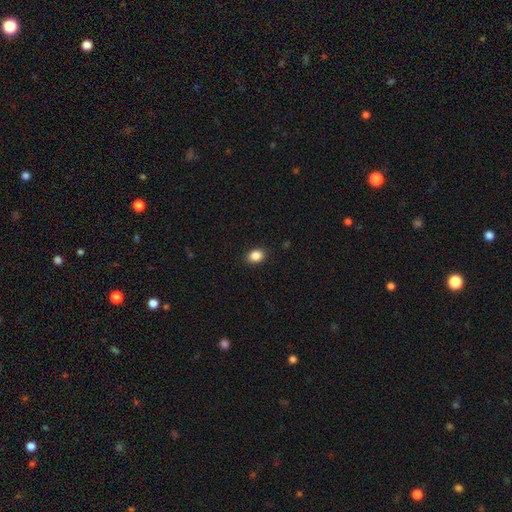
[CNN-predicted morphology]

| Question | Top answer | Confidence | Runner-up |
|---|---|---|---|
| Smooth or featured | smooth | 87% | star or artifact (9%) |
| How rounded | in between | 66% | round (33%) |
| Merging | none | 89% | minor disturbance (8%) |